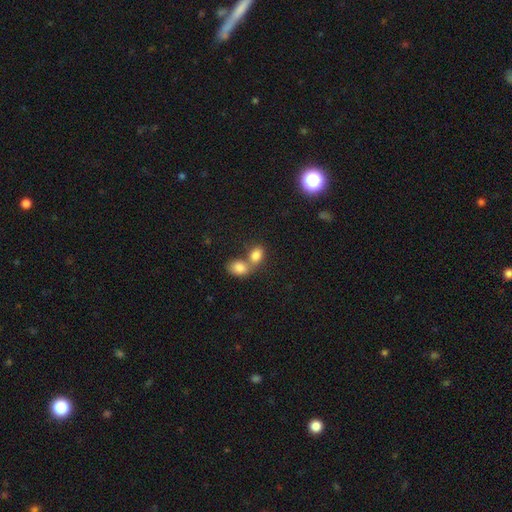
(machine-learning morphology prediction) type=smooth (82%); roundness=in between (73%); merging=merger (61%).